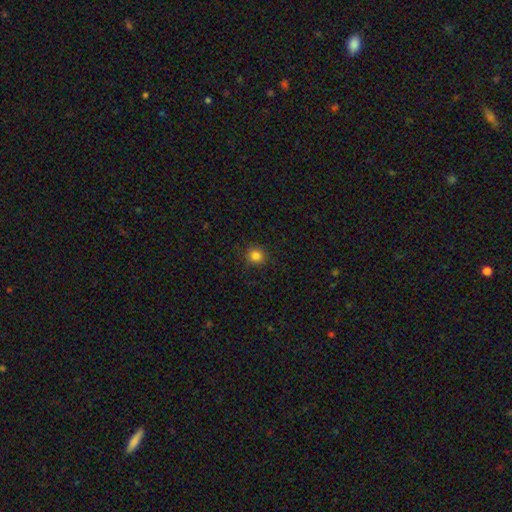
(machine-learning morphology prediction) Q: Smooth or featured?
A: smooth (83%); runner-up: star or artifact (12%)
Q: How rounded?
A: round (90%); runner-up: in between (9%)
Q: Merging?
A: none (90%); runner-up: minor disturbance (7%)